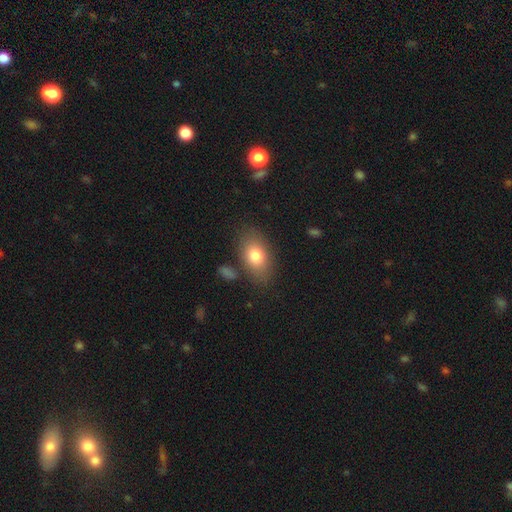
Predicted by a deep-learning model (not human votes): A smooth galaxy with no disk features (79%) that is in between round and cigar-shaped (88%). Merging: none (79%).